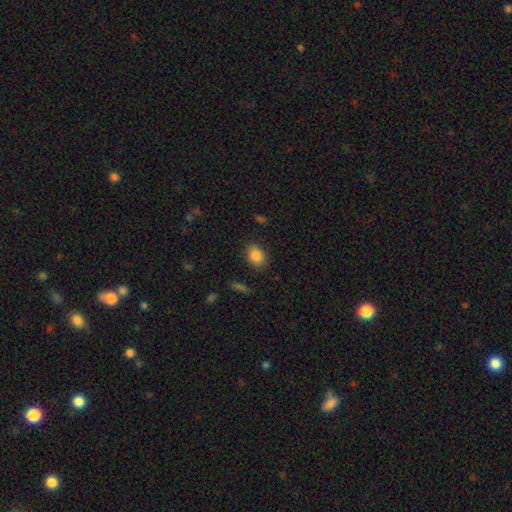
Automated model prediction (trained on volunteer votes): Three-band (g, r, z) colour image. It shows a smooth galaxy with no disk features (86%) that is in between round and cigar-shaped (69%). Merging: none (84%).